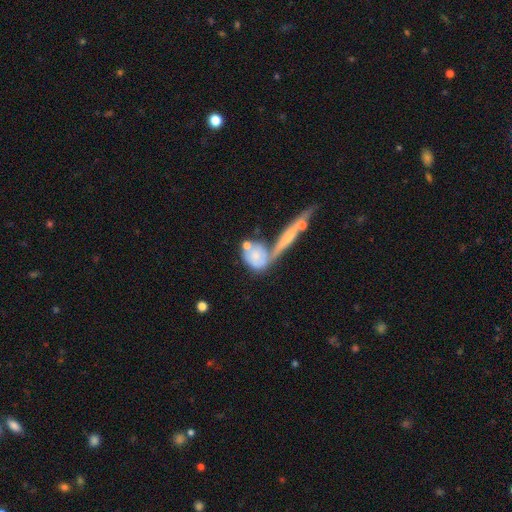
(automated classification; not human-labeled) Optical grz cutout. It shows a smooth galaxy with no disk features (56%) that is round (47%). Merging: merger (41%).